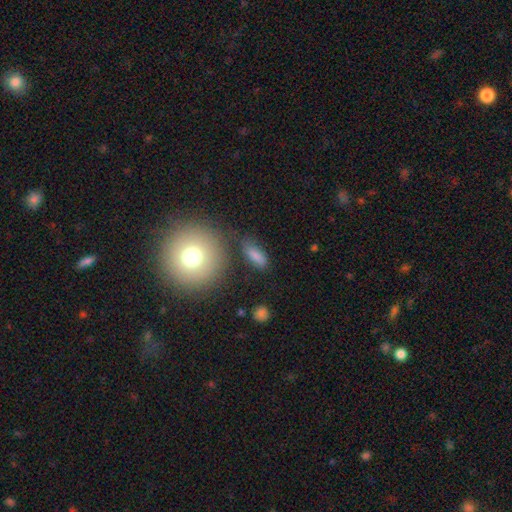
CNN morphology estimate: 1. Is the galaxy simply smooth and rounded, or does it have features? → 80% smooth, 10% star or artifact, 10% featured or disk.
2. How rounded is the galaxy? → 73% in between, 21% cigar-shaped, 6% round.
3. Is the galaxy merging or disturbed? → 68% none, 18% minor disturbance, 7% merger, 7% major disturbance.